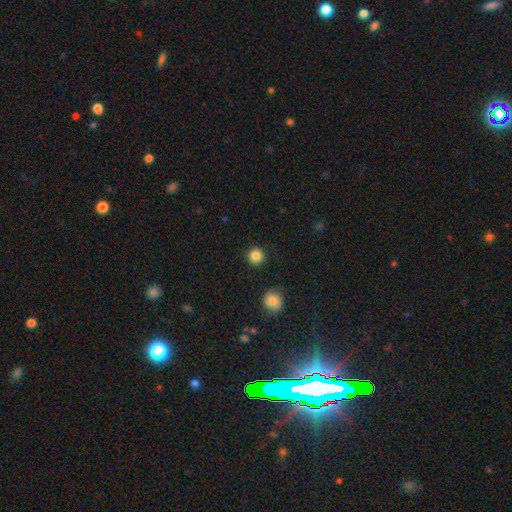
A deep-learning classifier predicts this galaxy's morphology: Smooth or featured? Predicted: smooth (p=0.86). How rounded? Predicted: round (p=0.96). Merging? Predicted: none (p=0.92).